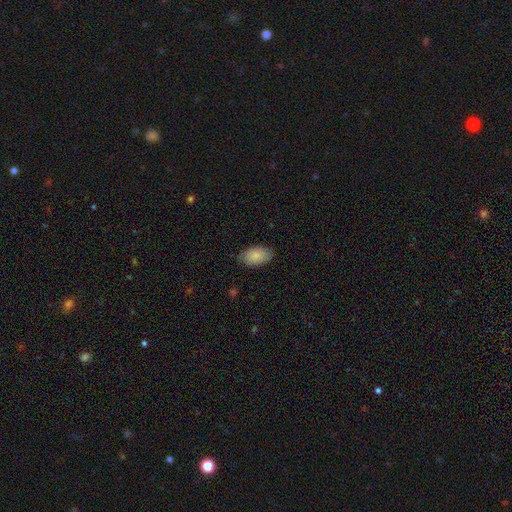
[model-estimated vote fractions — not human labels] smooth-or-featured: smooth: 85% | featured or disk: 9% | star or artifact: 6%
  how-rounded: in between: 94% | round: 5% | cigar-shaped: 2%
  merging: none: 80% | minor disturbance: 16% | major disturbance: 3% | merger: 1%